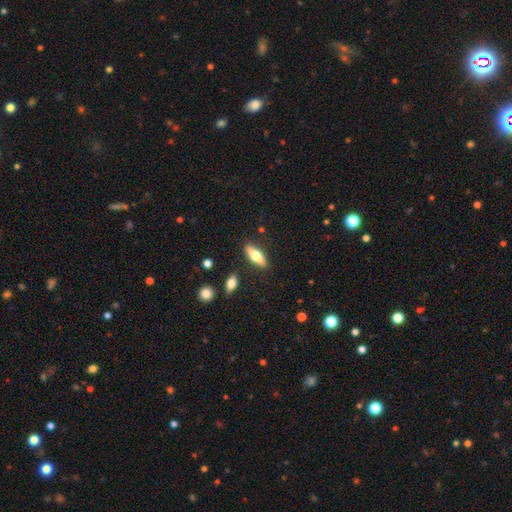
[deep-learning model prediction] Morphology: type=smooth (56%); roundness=in between (58%); merging=none (86%).